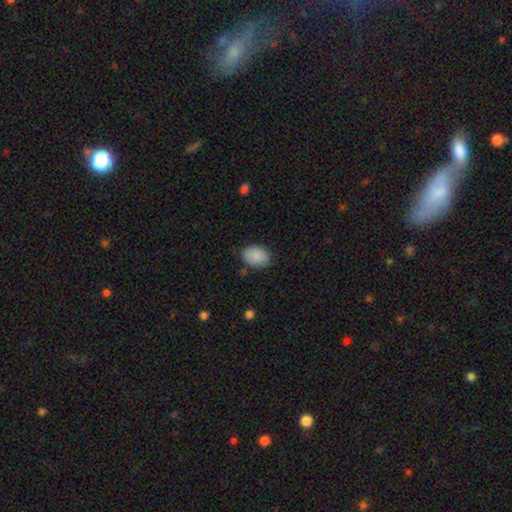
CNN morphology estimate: Smooth or featured? Predicted: smooth (p=0.88). How rounded? Predicted: in between (p=0.70). Merging? Predicted: none (p=0.80).